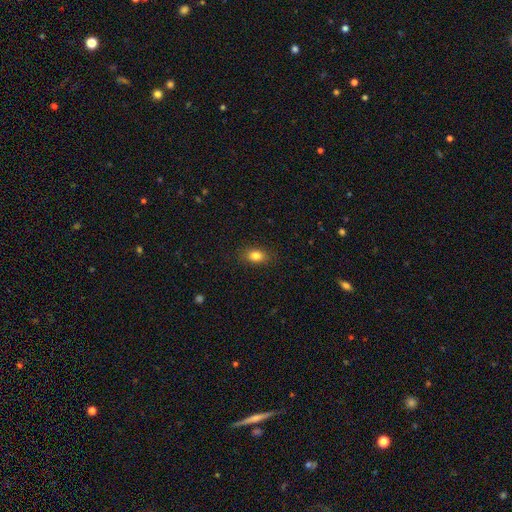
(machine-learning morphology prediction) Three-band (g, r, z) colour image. It shows a smooth galaxy with no disk features (83%) that is in between round and cigar-shaped (79%). Merging: none (86%).